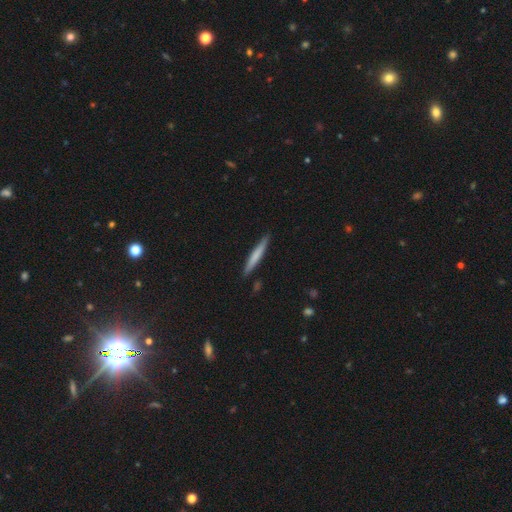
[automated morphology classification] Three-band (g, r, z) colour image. It shows a smooth galaxy with no disk features (66%) that is cigar-shaped (96%). Merging: none (89%).